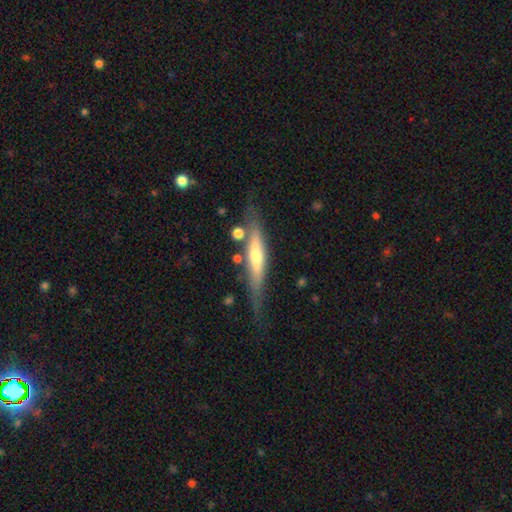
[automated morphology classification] This is likely a featured or disk galaxy (63%). It is clearly viewed edge-on (89%). Edge-on bulge: likely rounded (69%). Merging: likely none (69%).